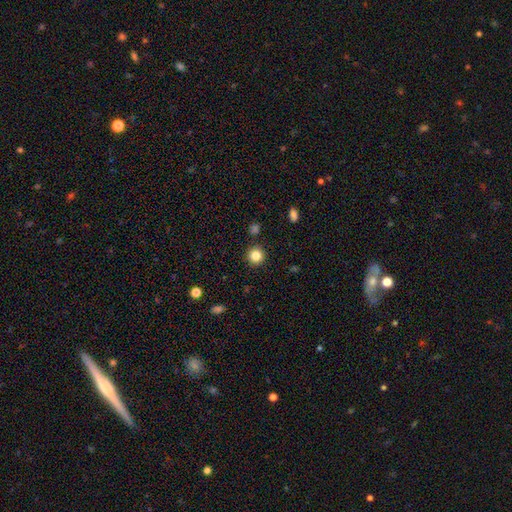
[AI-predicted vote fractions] Smooth or featured? Predicted: smooth (p=0.83). How rounded? Predicted: round (p=0.94). Merging? Predicted: none (p=0.90).